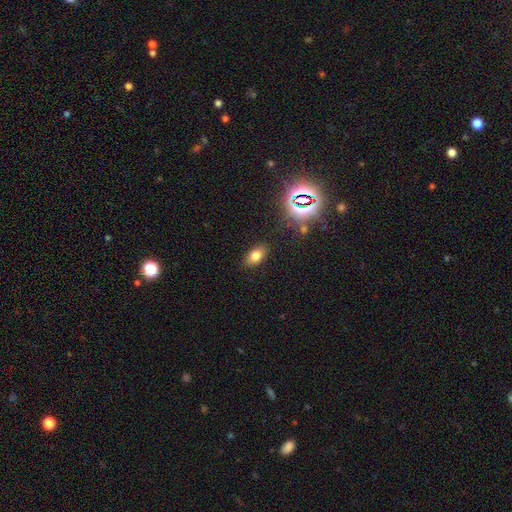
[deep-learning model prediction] Q: Smooth or featured?
A: smooth (75%); runner-up: star or artifact (15%)
Q: How rounded?
A: in between (87%); runner-up: round (10%)
Q: Merging?
A: none (85%); runner-up: minor disturbance (10%)